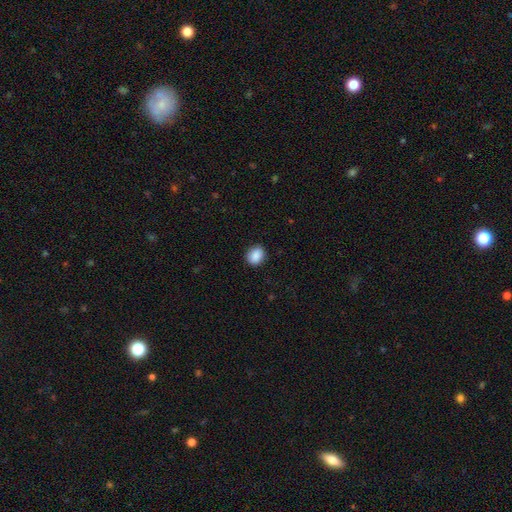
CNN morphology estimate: A smooth galaxy with no disk features (89%) that is round (59%).

Vote fractions:
- Smooth or featured? smooth: 89% / star or artifact: 8% / featured or disk: 4%
- How rounded? round: 59% / in between: 40% / cigar-shaped: 1%
- Merging? none: 88% / minor disturbance: 9% / major disturbance: 2% / merger: 1%